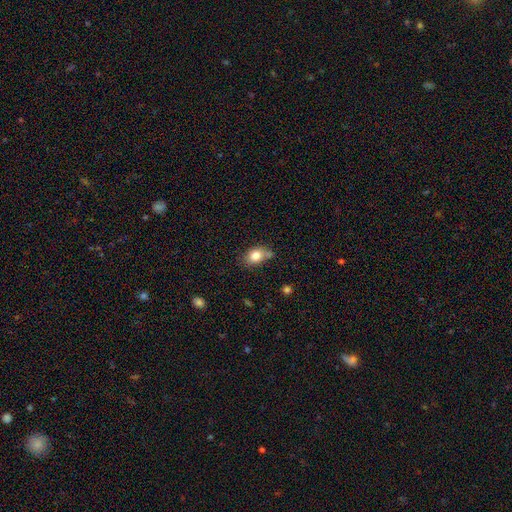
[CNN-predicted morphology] smooth-or-featured: smooth: 80% | featured or disk: 10% | star or artifact: 9%
  how-rounded: in between: 69% | round: 29% | cigar-shaped: 1%
  merging: none: 60% | minor disturbance: 24% | merger: 10% | major disturbance: 5%